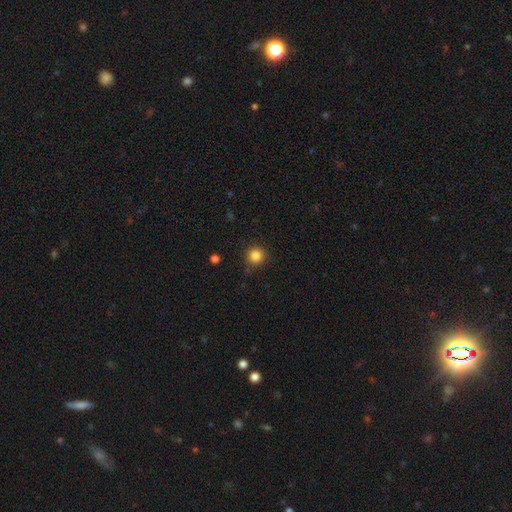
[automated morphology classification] Q: Smooth or featured?
A: smooth (85%); runner-up: star or artifact (11%)
Q: How rounded?
A: round (95%); runner-up: in between (4%)
Q: Merging?
A: none (88%); runner-up: minor disturbance (8%)